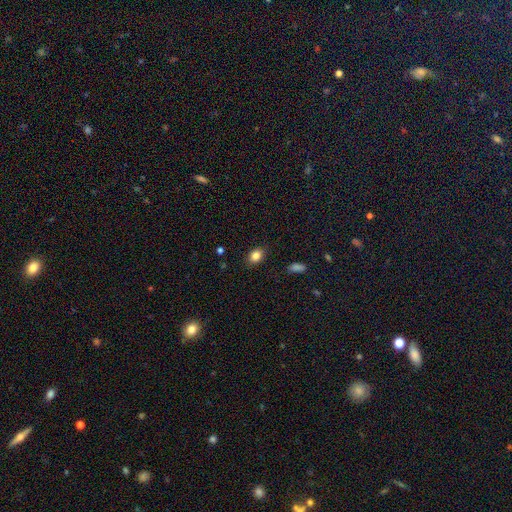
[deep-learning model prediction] Smooth or featured? smooth (85%)
How rounded? in between (70%)
Merging? none (87%)